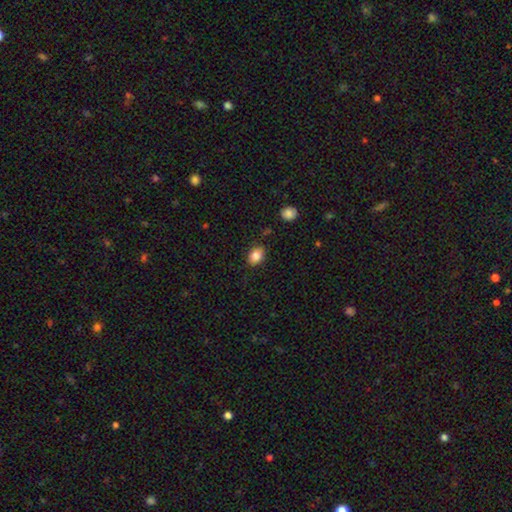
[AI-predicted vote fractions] A smooth galaxy with no disk features (84%) that is in between round and cigar-shaped (73%).

Vote fractions:
- Smooth or featured? smooth: 84% / star or artifact: 9% / featured or disk: 7%
- How rounded? in between: 73% / round: 26% / cigar-shaped: 1%
- Merging? none: 83% / minor disturbance: 13% / major disturbance: 3% / merger: 2%